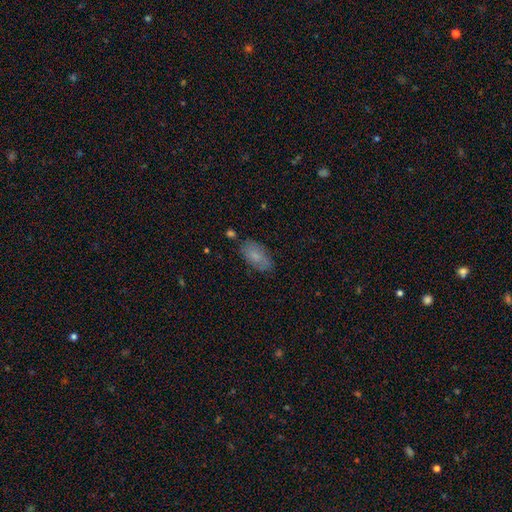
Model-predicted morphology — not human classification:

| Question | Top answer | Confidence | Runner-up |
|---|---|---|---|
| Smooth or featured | smooth | 76% | featured or disk (16%) |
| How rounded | in between | 91% | cigar-shaped (5%) |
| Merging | none | 75% | minor disturbance (17%) |